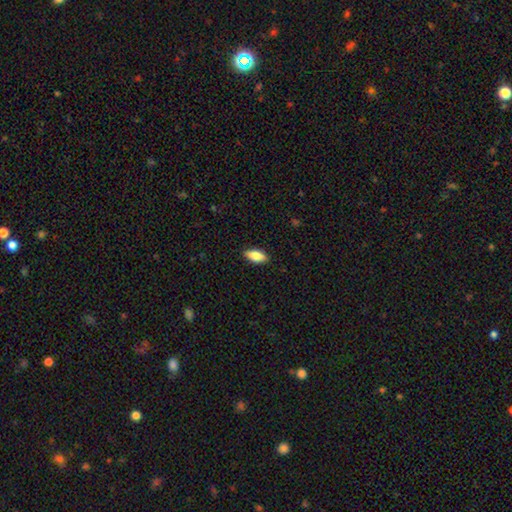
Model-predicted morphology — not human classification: The model was most divided on "smooth or featured": smooth: 79%, featured or disk: 15%, star or artifact: 7%. More confident: merging — none (88%); how rounded — in between (84%).